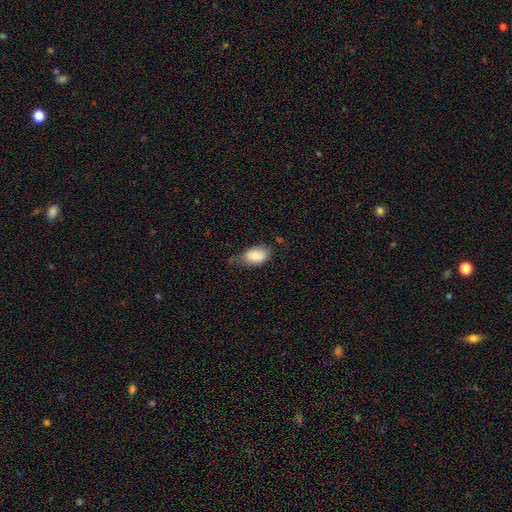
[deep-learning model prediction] This appears to be a smooth galaxy with no disk features (83%) that is in between round and cigar-shaped (92%). Merging: none (44%).